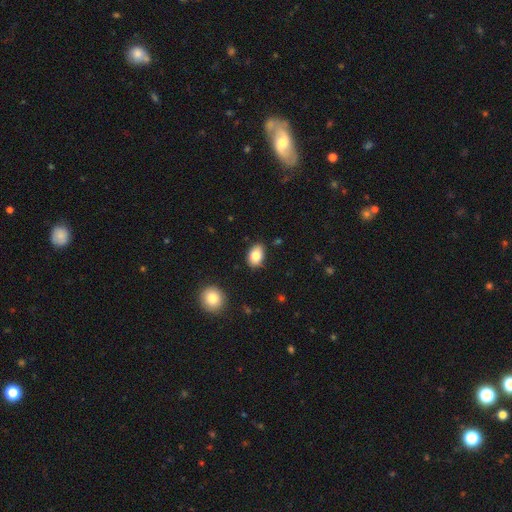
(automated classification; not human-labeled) A smooth galaxy with no disk features (82%) that is in between round and cigar-shaped (86%).

Vote fractions:
- Smooth or featured? smooth: 82% / featured or disk: 10% / star or artifact: 8%
- How rounded? in between: 86% / round: 12% / cigar-shaped: 1%
- Merging? none: 83% / minor disturbance: 13% / major disturbance: 2% / merger: 2%